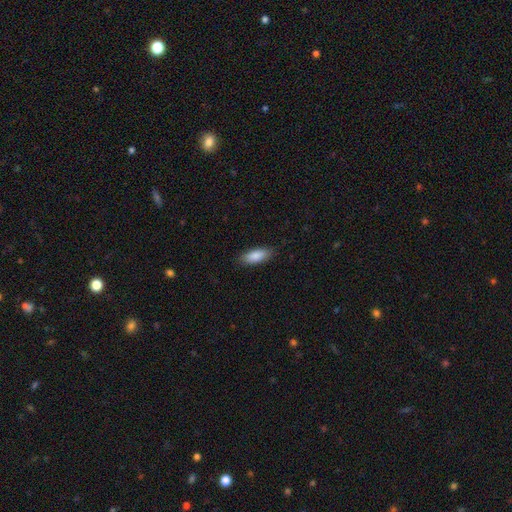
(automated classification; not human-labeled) Smooth or featured?
  - smooth: 87% *
  - featured or disk: 7%
  - star or artifact: 6%
How rounded?
  - in between: 75% *
  - cigar-shaped: 23%
  - round: 2%
Merging?
  - none: 87% *
  - minor disturbance: 10%
  - major disturbance: 2%
  - merger: 1%